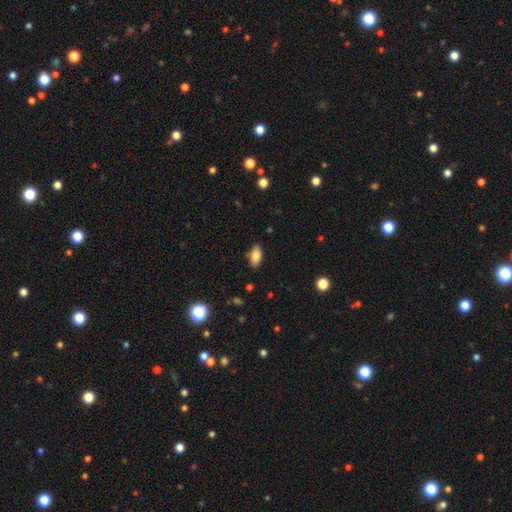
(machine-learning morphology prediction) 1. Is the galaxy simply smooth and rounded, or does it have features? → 83% smooth, 10% featured or disk, 8% star or artifact.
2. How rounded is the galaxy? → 90% in between, 6% cigar-shaped, 3% round.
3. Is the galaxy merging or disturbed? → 85% none, 12% minor disturbance, 2% major disturbance, 1% merger.